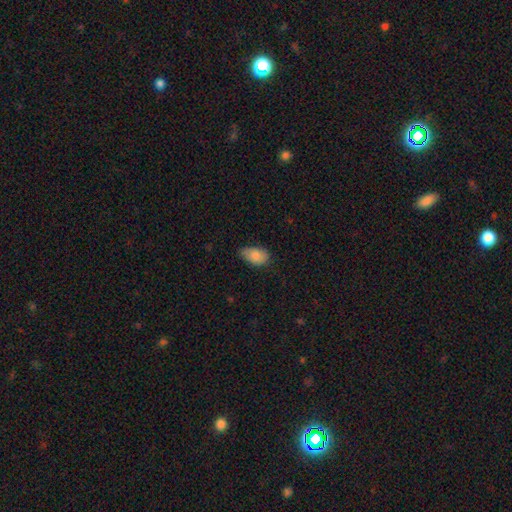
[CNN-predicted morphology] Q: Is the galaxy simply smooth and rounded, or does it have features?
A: smooth — 86%.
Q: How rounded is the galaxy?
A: in between — 92%.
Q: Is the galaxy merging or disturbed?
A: none — 64%.